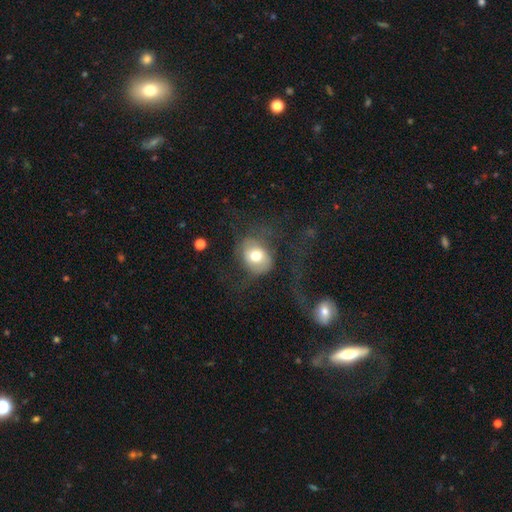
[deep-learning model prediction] Smooth or featured? smooth (63%)
How rounded? round (58%)
Merging? major disturbance (41%)